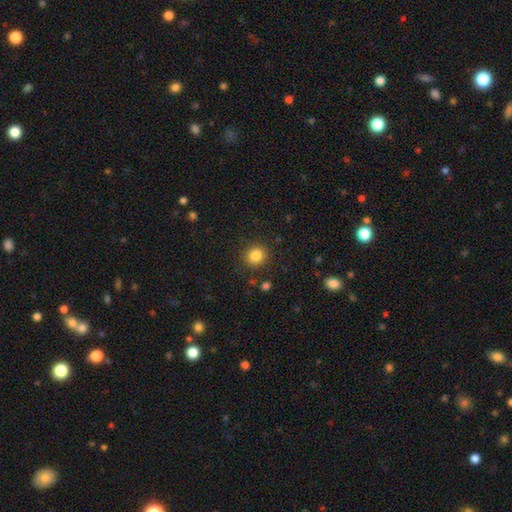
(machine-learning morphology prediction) This is clearly a smooth galaxy (84%). How rounded: clearly round (87%). Merging: clearly none (89%).